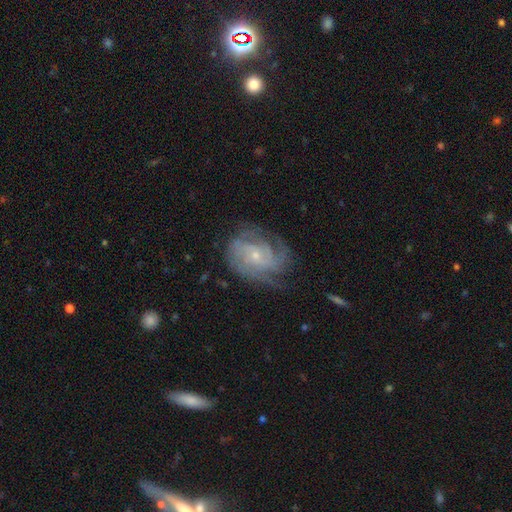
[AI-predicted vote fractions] Smooth or featured?
  - featured or disk: 84% *
  - smooth: 10%
  - star or artifact: 6%
Edge-on disk?
  - no: 98% *
  - yes: 2%
Bar?
  - no: 71% *
  - weak: 24%
  - strong: 5%
Spiral arms?
  - yes: 95% *
  - no: 5%
Spiral winding?
  - tight: 56% *
  - medium: 35%
  - loose: 9%
Spiral arm count?
  - 3: 28% *
  - can't tell: 26%
  - 2: 19%
  - 4: 15%
  - 1: 6%
  - more than 4: 6%
Bulge size?
  - small: 74% *
  - moderate: 21%
  - none: 2%
  - large: 1%
  - dominant: 1%
Merging?
  - none: 67% *
  - minor disturbance: 21%
  - major disturbance: 11%
  - merger: 1%